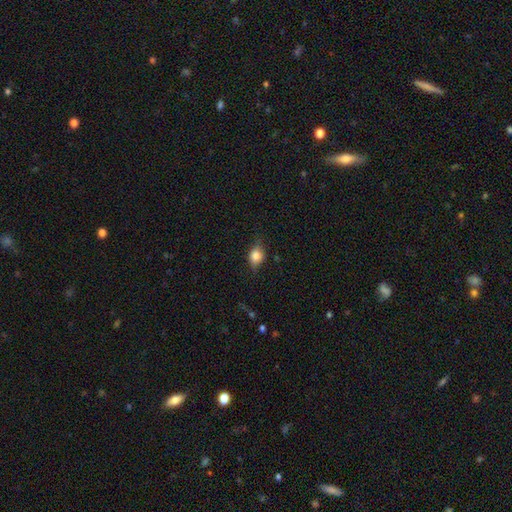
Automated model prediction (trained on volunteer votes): smooth 73%, featured or disk 18%, star or artifact 10%. Down the decision tree: how rounded — in between (56%); merging — none (69%).